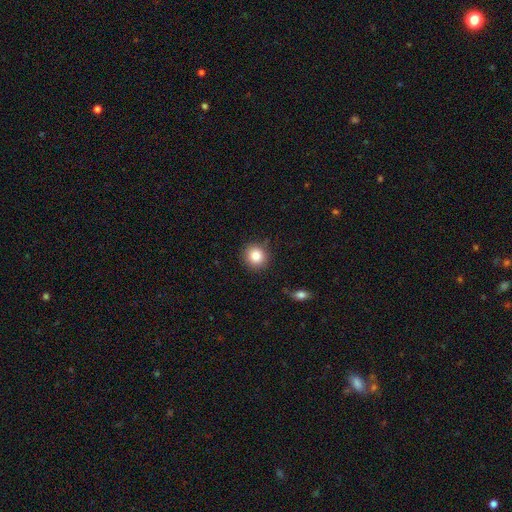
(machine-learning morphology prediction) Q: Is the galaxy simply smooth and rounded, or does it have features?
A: smooth — 84%.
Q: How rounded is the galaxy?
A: round — 89%.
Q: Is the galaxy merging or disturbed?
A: none — 86%.